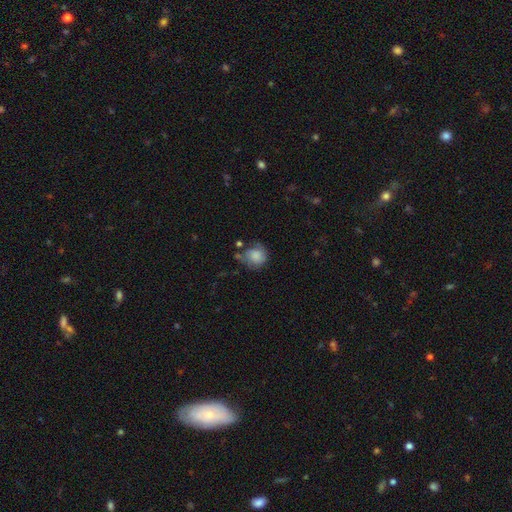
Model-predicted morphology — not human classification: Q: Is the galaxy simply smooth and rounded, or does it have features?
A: smooth — 72%.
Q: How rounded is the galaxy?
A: round — 79%.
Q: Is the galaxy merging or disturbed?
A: none — 44%.